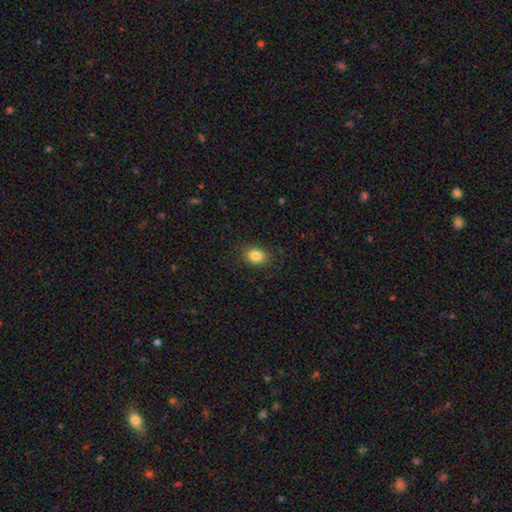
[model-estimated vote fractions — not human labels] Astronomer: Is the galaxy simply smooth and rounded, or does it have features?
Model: smooth — 85%.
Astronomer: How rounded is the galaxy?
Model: in between — 67%.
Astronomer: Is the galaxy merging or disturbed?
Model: none — 88%.